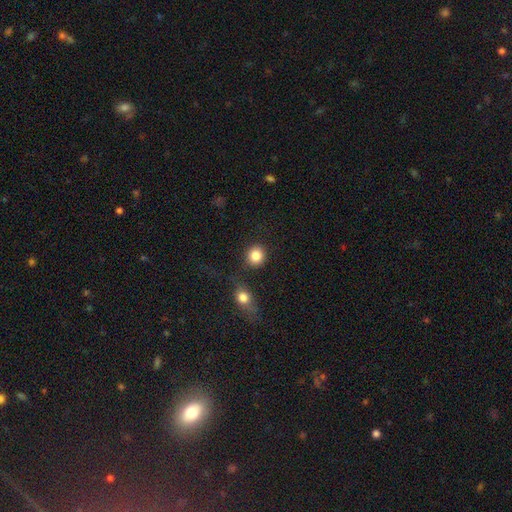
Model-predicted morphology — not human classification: smooth 85%, star or artifact 9%, featured or disk 6%. Down the decision tree: how rounded — round (89%); merging — none (81%).